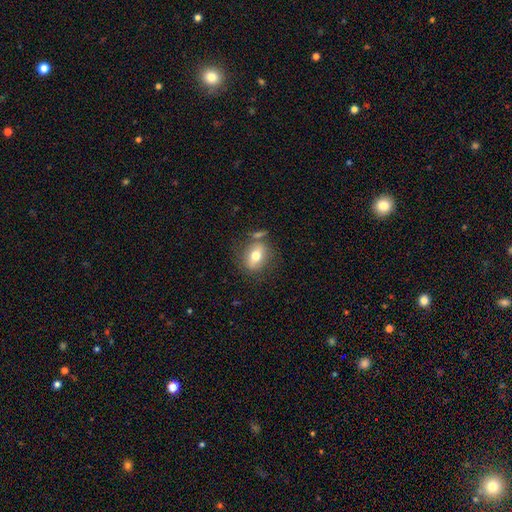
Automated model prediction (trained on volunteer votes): Morphology: type=smooth (64%); roundness=in between (63%); merging=none (67%).